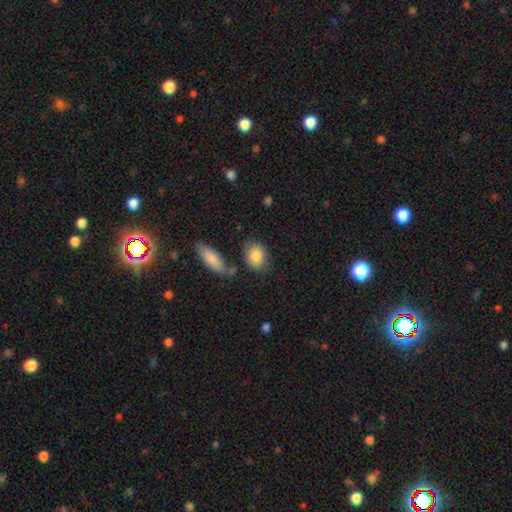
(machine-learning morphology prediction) smooth 85%, featured or disk 8%, star or artifact 7%. Down the decision tree: how rounded — in between (67%); merging — none (69%).